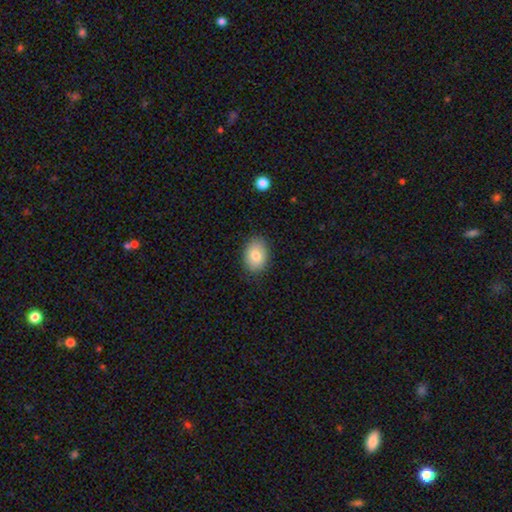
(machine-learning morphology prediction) Overall: smooth (81%). How rounded: in between (77%). Merging: none (84%).